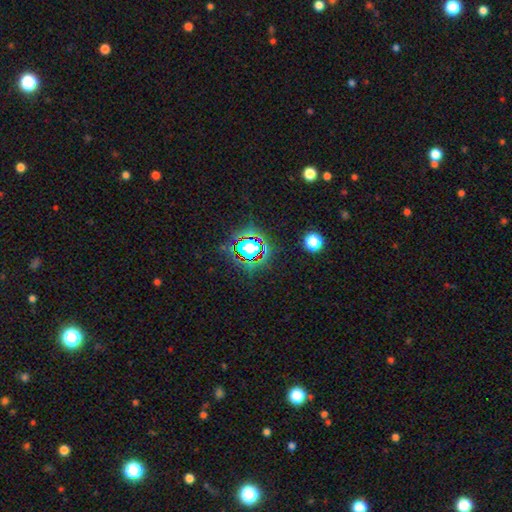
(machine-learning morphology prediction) Smooth or featured?
  - star or artifact: 82% *
  - smooth: 11%
  - featured or disk: 8%